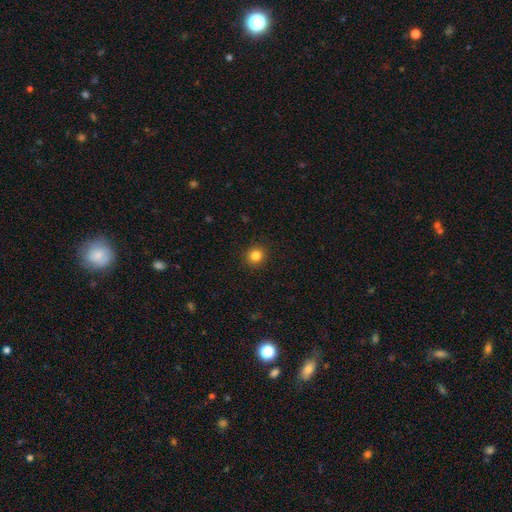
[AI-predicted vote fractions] Smooth or featured?
  - smooth: 83% *
  - star or artifact: 12%
  - featured or disk: 5%
How rounded?
  - round: 91% *
  - in between: 8%
  - cigar-shaped: 1%
Merging?
  - none: 92% *
  - minor disturbance: 5%
  - major disturbance: 2%
  - merger: 1%